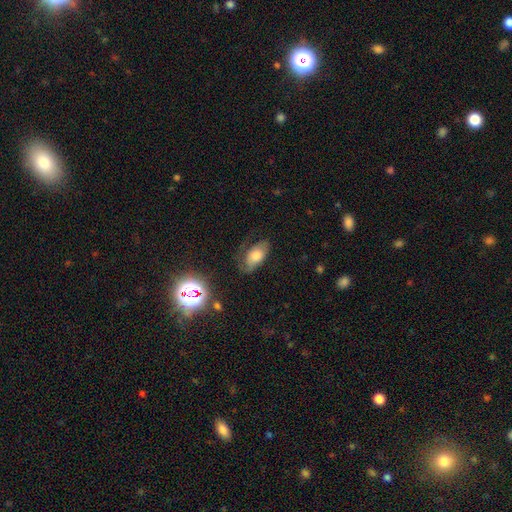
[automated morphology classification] A smooth galaxy with no disk features (53%) that is in between round and cigar-shaped (91%).

Vote fractions:
- Smooth or featured? smooth: 53% / featured or disk: 35% / star or artifact: 11%
- How rounded? in between: 91% / round: 6% / cigar-shaped: 3%
- Merging? none: 57% / minor disturbance: 25% / major disturbance: 16% / merger: 2%